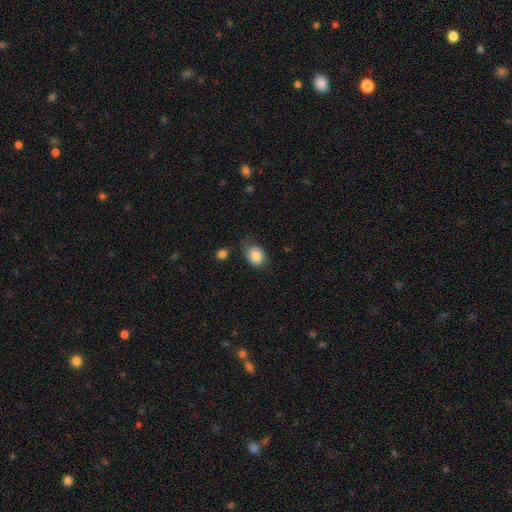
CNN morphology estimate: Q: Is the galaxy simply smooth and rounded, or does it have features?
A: smooth — 80%.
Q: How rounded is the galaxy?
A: in between — 67%.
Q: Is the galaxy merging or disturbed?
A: none — 60%.